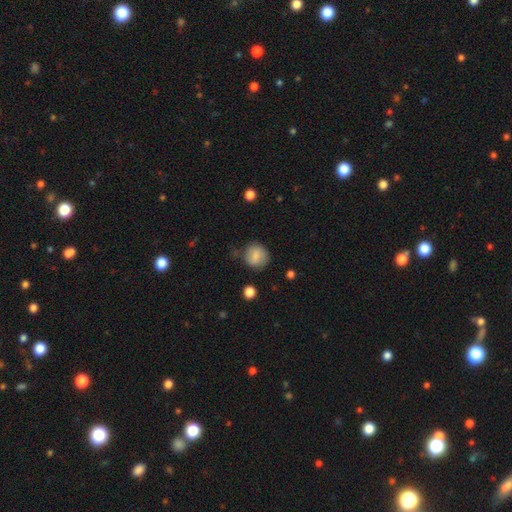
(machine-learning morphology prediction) smooth-or-featured: smooth: 81% | featured or disk: 10% | star or artifact: 9%
  how-rounded: round: 86% | in between: 13% | cigar-shaped: 1%
  merging: none: 74% | minor disturbance: 18% | major disturbance: 5% | merger: 3%